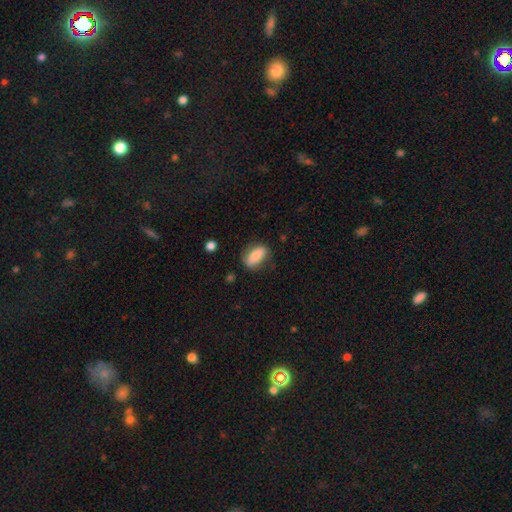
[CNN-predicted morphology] Q: Smooth or featured?
A: smooth (71%); runner-up: featured or disk (22%)
Q: How rounded?
A: in between (84%); runner-up: cigar-shaped (9%)
Q: Merging?
A: none (72%); runner-up: minor disturbance (20%)